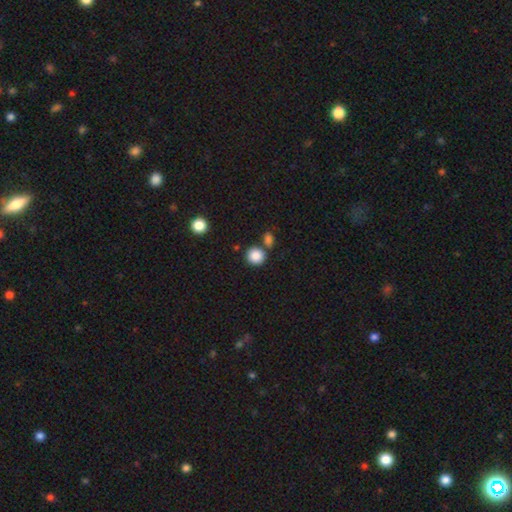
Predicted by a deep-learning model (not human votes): smooth 87%, star or artifact 9%, featured or disk 4%. Down the decision tree: how rounded — round (89%); merging — none (72%).